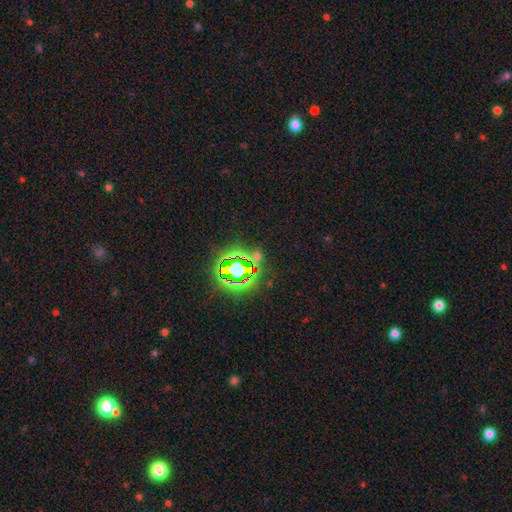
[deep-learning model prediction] A star or artifact, not a galaxy (74%).

Vote fractions:
- Smooth or featured? star or artifact: 74% / smooth: 17% / featured or disk: 9%